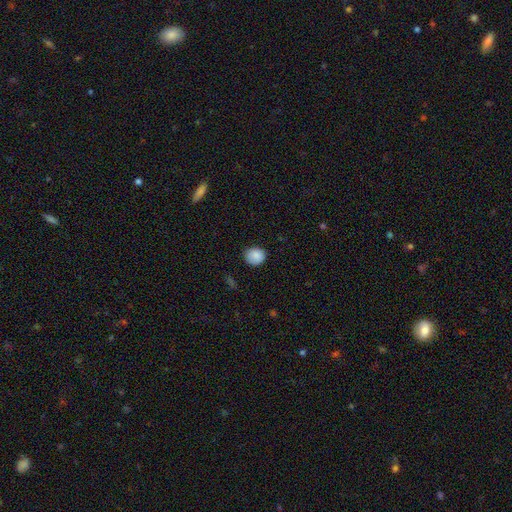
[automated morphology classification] Smooth or featured: smooth — 87% (star or artifact — 8%)
How rounded: round — 74% (in between — 25%)
Merging: none — 79% (minor disturbance — 17%)